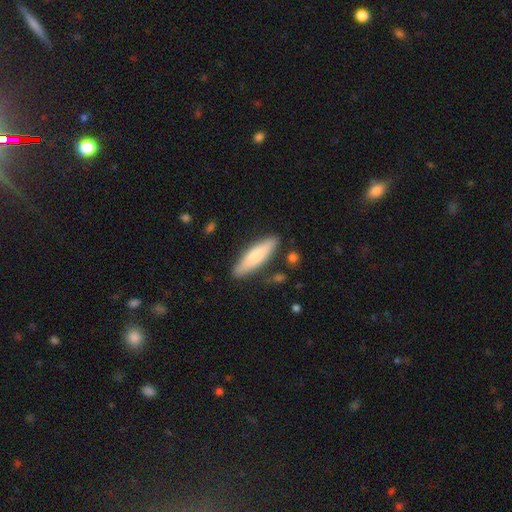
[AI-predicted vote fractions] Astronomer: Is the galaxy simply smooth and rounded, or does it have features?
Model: smooth — 72%.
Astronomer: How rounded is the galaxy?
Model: cigar-shaped — 65%.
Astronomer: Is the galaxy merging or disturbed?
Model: none — 84%.